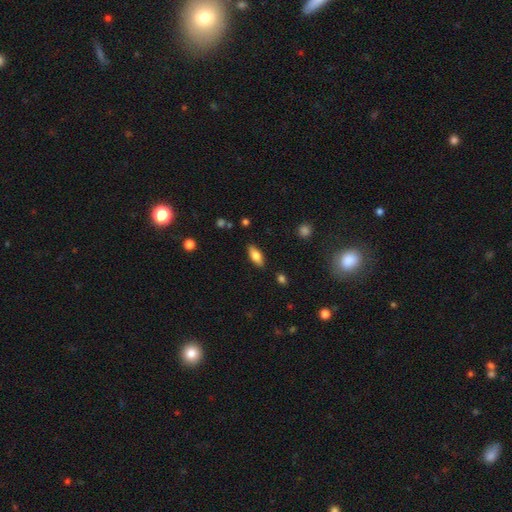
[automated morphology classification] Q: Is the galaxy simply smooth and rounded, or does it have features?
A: smooth — 72%.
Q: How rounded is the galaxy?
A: in between — 78%.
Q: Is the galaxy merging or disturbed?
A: none — 86%.